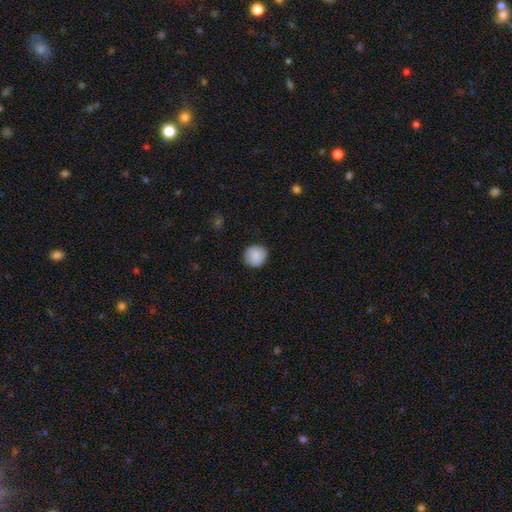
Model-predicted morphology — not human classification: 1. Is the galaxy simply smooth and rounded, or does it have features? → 85% smooth, 8% featured or disk, 7% star or artifact.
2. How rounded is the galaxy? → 91% round, 8% in between, 1% cigar-shaped.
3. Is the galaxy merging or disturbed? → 87% none, 9% minor disturbance, 2% major disturbance, 1% merger.